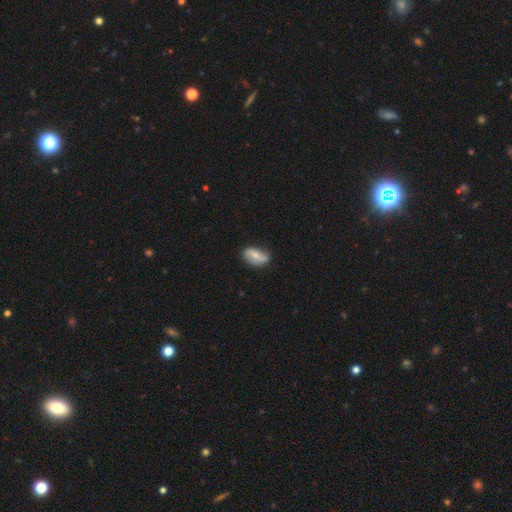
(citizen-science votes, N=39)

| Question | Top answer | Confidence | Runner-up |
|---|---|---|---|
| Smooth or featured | featured or disk | 51% | smooth (46%) |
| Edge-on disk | no | 95% | yes (5%) |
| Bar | weak | 53% | strong (32%) |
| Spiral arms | yes | 53% | no (47%) |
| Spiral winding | medium | 50% | tied: loose (50%) |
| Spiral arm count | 2 | 80% | can't tell (20%) |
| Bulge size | small | 68% | moderate (32%) |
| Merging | none | 66% | minor disturbance (32%) |